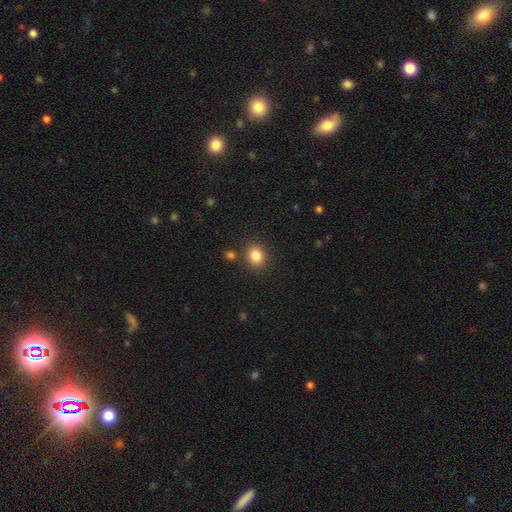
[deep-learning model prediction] Smooth or featured: smooth — 85% (star or artifact — 10%)
How rounded: round — 64% (in between — 35%)
Merging: none — 83% (minor disturbance — 9%)